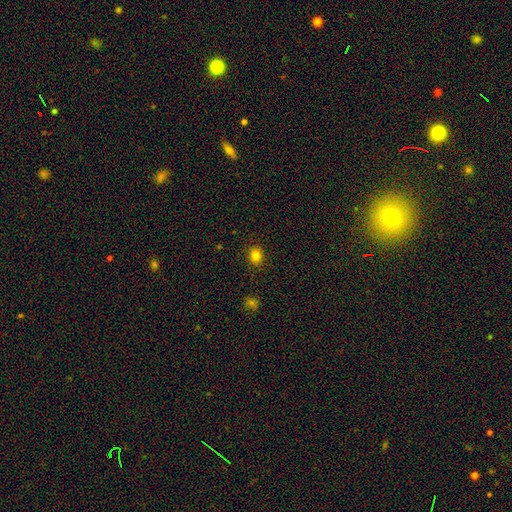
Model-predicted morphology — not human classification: A smooth galaxy with no disk features (82%) that is round (69%).

Vote fractions:
- Smooth or featured? smooth: 82% / star or artifact: 13% / featured or disk: 5%
- How rounded? round: 69% / in between: 30% / cigar-shaped: 1%
- Merging? none: 90% / minor disturbance: 7% / major disturbance: 2% / merger: 1%